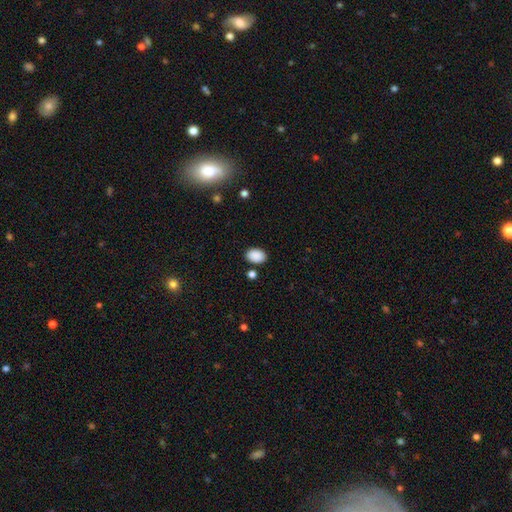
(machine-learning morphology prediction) Smooth or featured: smooth — 89% (star or artifact — 8%)
How rounded: in between — 83% (round — 16%)
Merging: none — 85% (minor disturbance — 9%)